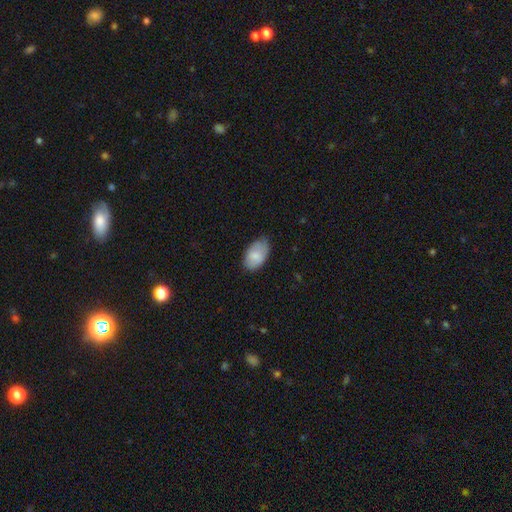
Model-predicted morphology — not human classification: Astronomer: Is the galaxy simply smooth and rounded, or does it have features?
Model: smooth — 80%.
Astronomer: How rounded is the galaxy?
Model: in between — 93%.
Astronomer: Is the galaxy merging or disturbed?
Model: none — 58% (runner-up: minor disturbance, 35%).